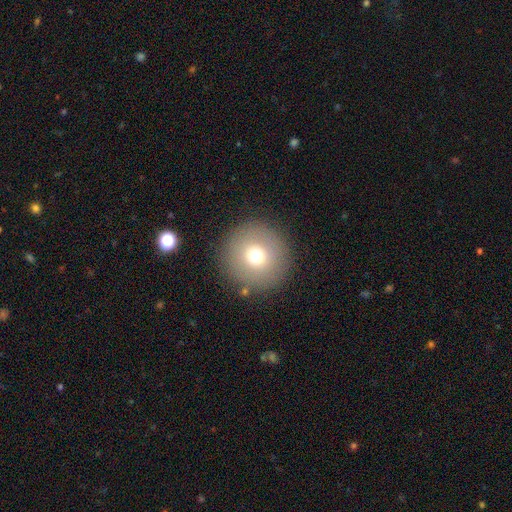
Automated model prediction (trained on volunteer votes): A smooth galaxy with no disk features (71%) that is round (97%).

Vote fractions:
- Smooth or featured? smooth: 71% / featured or disk: 15% / star or artifact: 14%
- How rounded? round: 97% / in between: 2% / cigar-shaped: 1%
- Merging? none: 89% / minor disturbance: 6% / major disturbance: 3% / merger: 2%